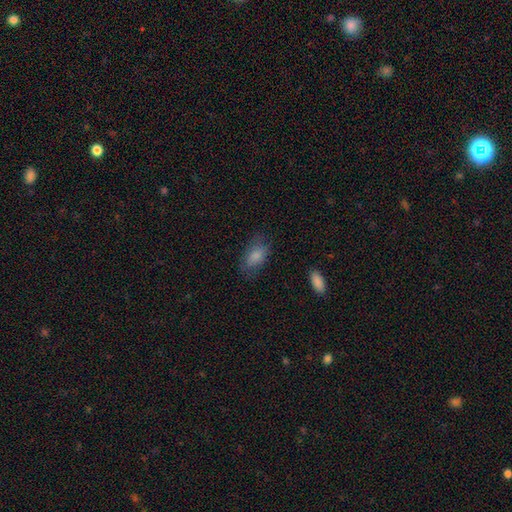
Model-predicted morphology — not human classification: A smooth galaxy with no disk features (83%) that is in between round and cigar-shaped (90%). Merging: none (72%).